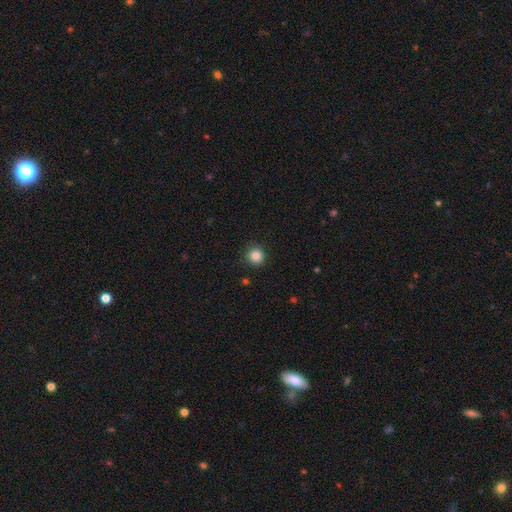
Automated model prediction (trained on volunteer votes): Morphology: type=smooth (86%); roundness=round (92%); merging=none (89%).